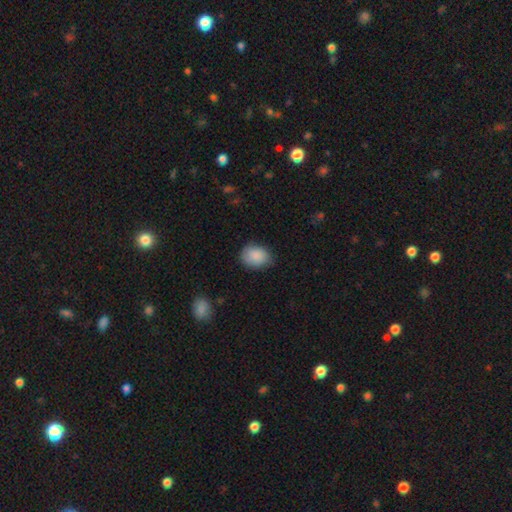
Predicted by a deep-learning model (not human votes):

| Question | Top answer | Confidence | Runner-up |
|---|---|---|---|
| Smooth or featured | smooth | 88% | star or artifact (7%) |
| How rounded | in between | 57% | round (43%) |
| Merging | none | 75% | minor disturbance (20%) |